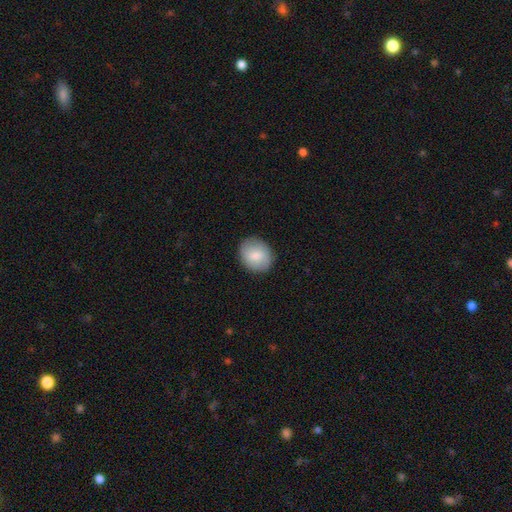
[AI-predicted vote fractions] A smooth galaxy with no disk features (79%) that is round (58%). Merging: none (87%).